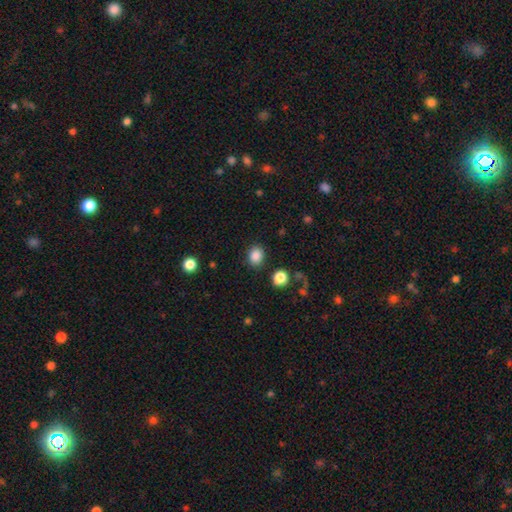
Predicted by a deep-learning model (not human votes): A smooth galaxy with no disk features (86%) that is round (56%). Merging: none (85%).